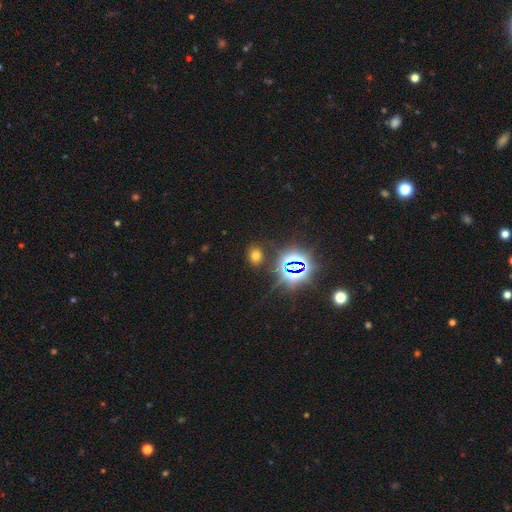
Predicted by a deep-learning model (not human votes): Smooth or featured?
  - smooth: 58% *
  - star or artifact: 34%
  - featured or disk: 8%
How rounded?
  - round: 50% *
  - in between: 49%
  - cigar-shaped: 1%
Merging?
  - none: 85% *
  - minor disturbance: 9%
  - major disturbance: 4%
  - merger: 3%